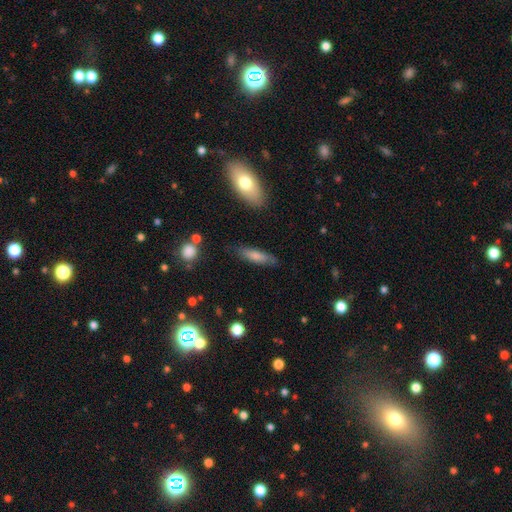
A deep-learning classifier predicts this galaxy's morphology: Smooth or featured? smooth (73%)
How rounded? cigar-shaped (64%)
Merging? none (81%)